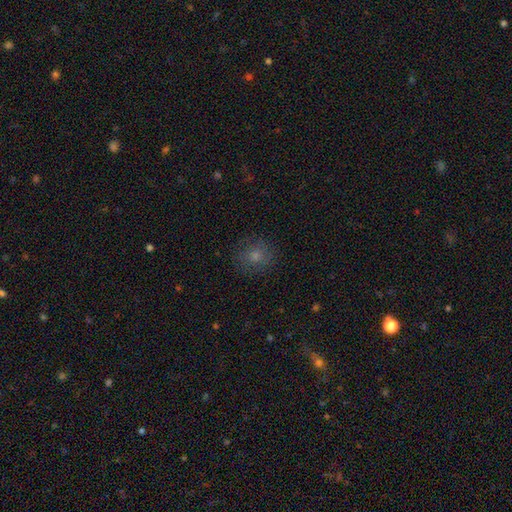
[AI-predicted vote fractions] smooth 73%, star or artifact 15%, featured or disk 12%. Down the decision tree: how rounded — round (82%); merging — none (82%).